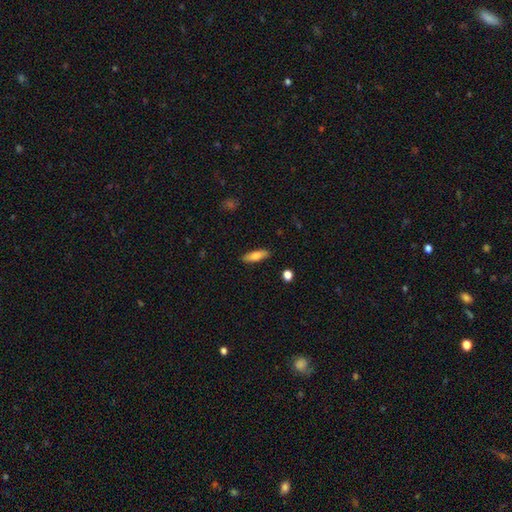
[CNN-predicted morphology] type=smooth (76%); roundness=in between (54%); merging=none (88%).